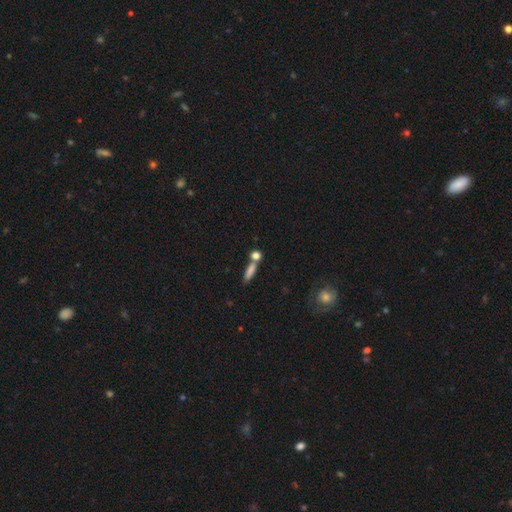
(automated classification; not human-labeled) smooth_or_featured: smooth (p=0.78) [alt: star or artifact p=0.12]
how_rounded: round (p=0.44) [alt: in between p=0.28]
merging: none (p=0.57) [alt: merger p=0.30]